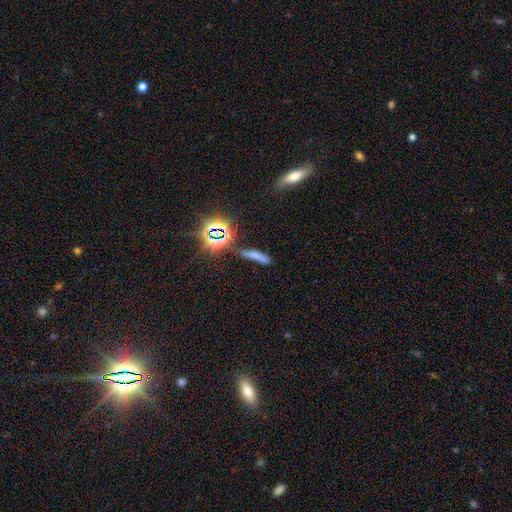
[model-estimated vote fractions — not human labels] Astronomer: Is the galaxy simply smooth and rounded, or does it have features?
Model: smooth — 58%.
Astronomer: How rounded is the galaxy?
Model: cigar-shaped — 77%.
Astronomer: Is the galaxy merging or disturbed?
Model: none — 65%.